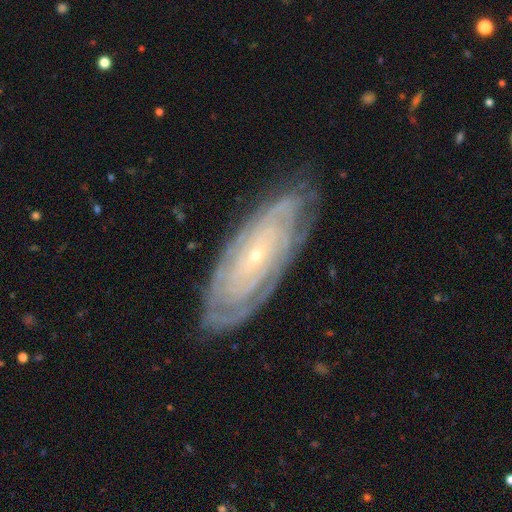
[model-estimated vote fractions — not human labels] featured or disk 83%, smooth 11%, star or artifact 6%. Down the decision tree: edge-on disk — no (89%); bar — no (73%); spiral arms — yes (93%); spiral arm count — can't tell (49%); spiral winding — tight (83%); bulge size — small (87%); merging — none (80%).